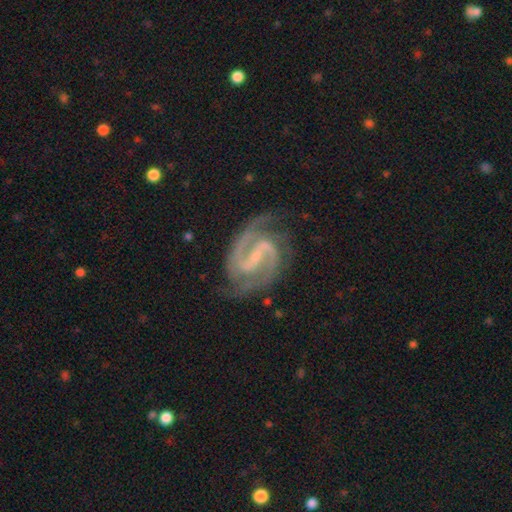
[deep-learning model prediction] Smooth or featured?
  - featured or disk: 93% *
  - star or artifact: 4%
  - smooth: 3%
Edge-on disk?
  - no: 98% *
  - yes: 2%
Bar?
  - strong: 48% *
  - weak: 41%
  - no: 12%
Spiral arms?
  - yes: 99% *
  - no: 1%
Spiral winding?
  - medium: 59% *
  - tight: 31%
  - loose: 10%
Spiral arm count?
  - 2: 94% *
  - 3: 2%
  - can't tell: 2%
  - 1: 1%
  - 4: 1%
  - more than 4: 1%
Bulge size?
  - small: 64% *
  - none: 19%
  - moderate: 15%
  - large: 1%
  - dominant: 1%
Merging?
  - none: 78% *
  - minor disturbance: 15%
  - major disturbance: 5%
  - merger: 2%